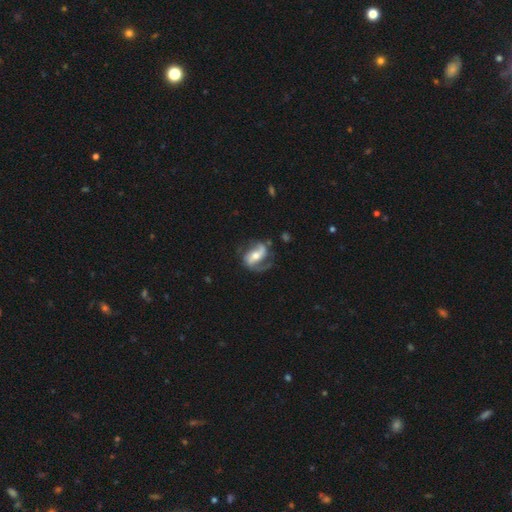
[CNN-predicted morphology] The model was most divided on "spiral winding": medium: 42%, loose: 41%, tight: 17%. Remaining: edge-on disk — no (96%); spiral arms — yes (94%); smooth or featured — featured or disk (83%); spiral arm count — 2 (83%); merging — none (61%); bulge size — moderate (59%); bar — strong (46%).